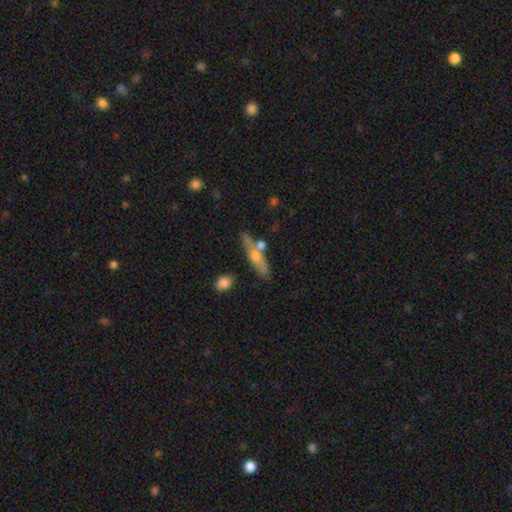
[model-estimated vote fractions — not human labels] smooth 47%, featured or disk 45%, star or artifact 7%. Down the decision tree: merging — none (59%).